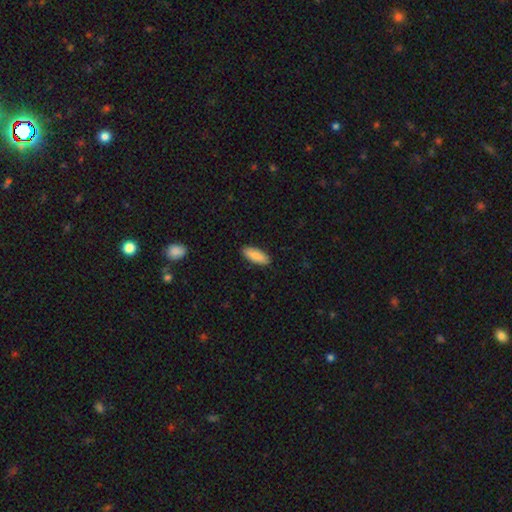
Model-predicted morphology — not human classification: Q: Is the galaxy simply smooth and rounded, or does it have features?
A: smooth — 87%.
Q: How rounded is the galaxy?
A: in between — 72%.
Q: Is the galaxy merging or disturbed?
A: none — 89%.